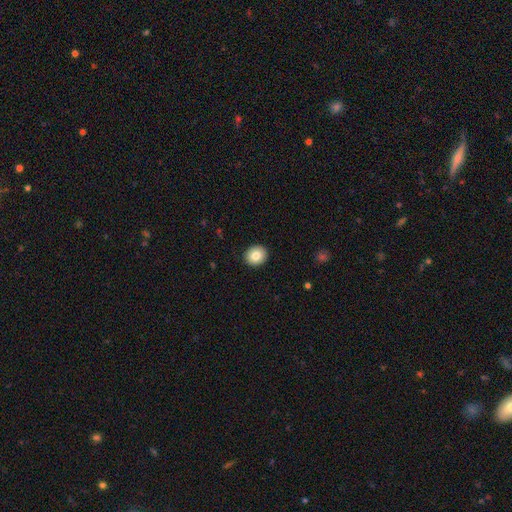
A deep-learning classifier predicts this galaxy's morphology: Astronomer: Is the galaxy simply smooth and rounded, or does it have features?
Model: smooth — 82%.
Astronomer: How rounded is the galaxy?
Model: round — 79%.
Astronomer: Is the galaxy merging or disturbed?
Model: none — 92%.